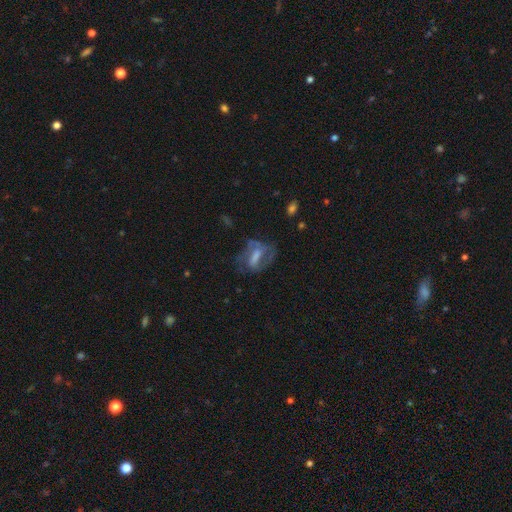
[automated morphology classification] A featured or disk galaxy (59%) with a strong bar (38%), spiral arms (58%) and no central bulge (30%).

Vote fractions:
- Smooth or featured? featured or disk: 59% / smooth: 31% / star or artifact: 10%
- Edge-on disk? no: 93% / yes: 7%
- Bar? strong: 38% / weak: 34% / no: 28%
- Spiral arms? yes: 58% / no: 42%
- Bulge size? none: 30% / moderate: 29% / large: 20% / small: 18% / dominant: 2%
- Merging? none: 42% / major disturbance: 31% / minor disturbance: 24% / merger: 3%